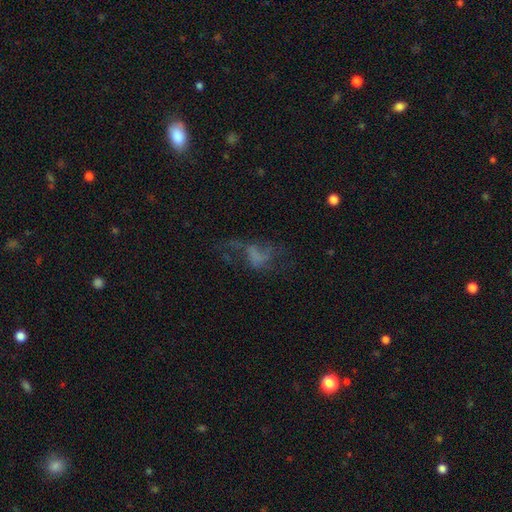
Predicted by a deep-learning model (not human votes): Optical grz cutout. It shows a featured or disk galaxy (43%). Merging: major disturbance (40%).